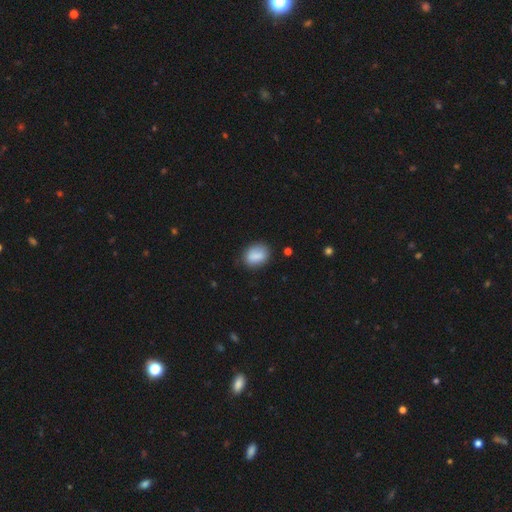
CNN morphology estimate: Smooth or featured? smooth (84%)
How rounded? in between (69%)
Merging? none (77%)